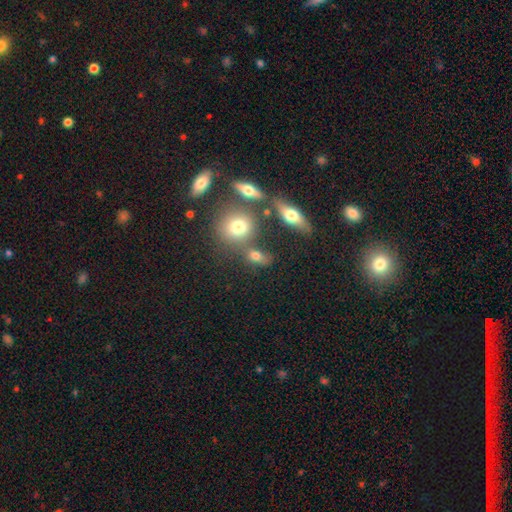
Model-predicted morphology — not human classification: This appears to be a smooth galaxy with no disk features (70%) that is in between round and cigar-shaped (56%). Merging: none (59%).